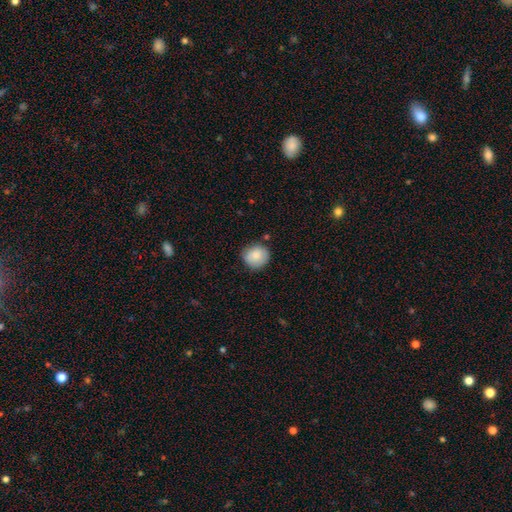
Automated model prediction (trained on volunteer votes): Smooth or featured? smooth (84%)
How rounded? round (86%)
Merging? none (81%)